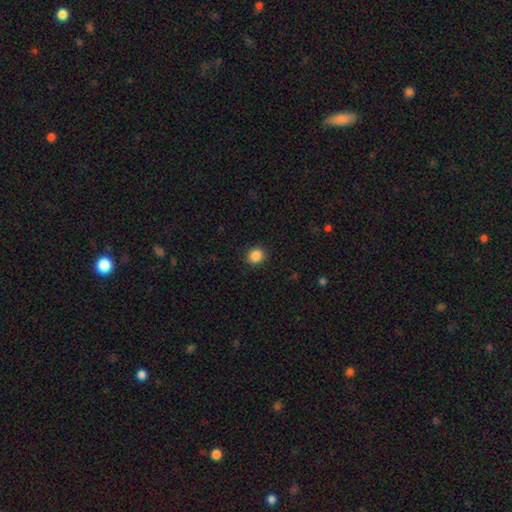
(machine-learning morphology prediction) smooth-or-featured: smooth: 87% | star or artifact: 10% | featured or disk: 3%
  how-rounded: round: 79% | in between: 20% | cigar-shaped: 1%
  merging: none: 91% | minor disturbance: 6% | major disturbance: 2% | merger: 1%